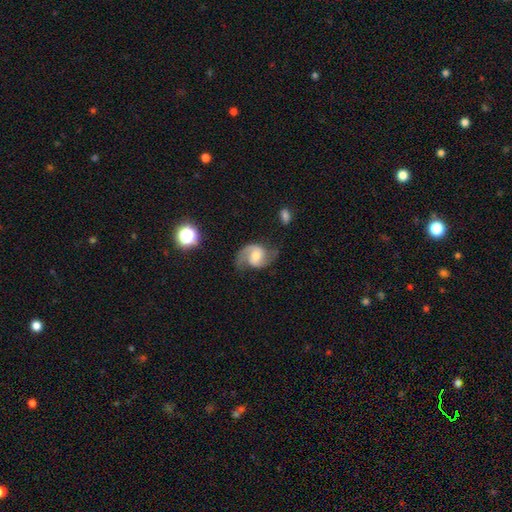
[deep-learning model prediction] A featured or disk galaxy (84%) with no bar (44%), 2 (89%) medium (51%) spiral arms (96%) and a moderate central bulge (58%).

Vote fractions:
- Smooth or featured? featured or disk: 84% / smooth: 9% / star or artifact: 6%
- Edge-on disk? no: 98% / yes: 2%
- Bar? no: 44% / weak: 43% / strong: 13%
- Spiral arms? yes: 96% / no: 4%
- Spiral winding? medium: 51% / loose: 34% / tight: 14%
- Spiral arm count? 2: 89% / 1: 5% / can't tell: 3% / 3: 1% / 4: 1% / more than 4: 1%
- Bulge size? moderate: 58% / small: 30% / large: 7% / none: 3% / dominant: 1%
- Merging? none: 69% / minor disturbance: 18% / major disturbance: 10% / merger: 2%